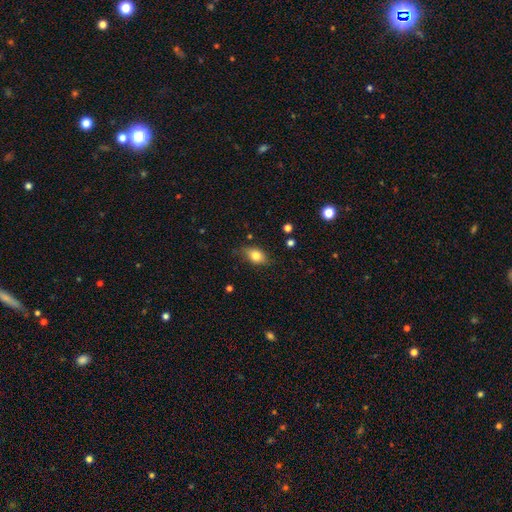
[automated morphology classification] Smooth or featured? smooth (79%)
How rounded? in between (80%)
Merging? none (75%)